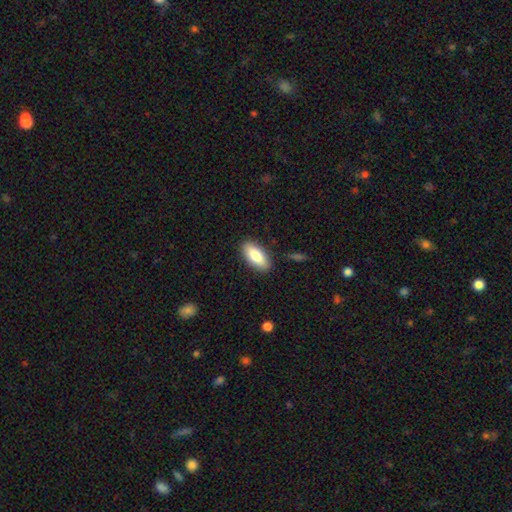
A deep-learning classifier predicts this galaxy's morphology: smooth_or_featured: smooth (p=0.81) [alt: featured or disk p=0.13]
how_rounded: in between (p=0.83) [alt: cigar-shaped p=0.14]
merging: none (p=0.87) [alt: minor disturbance p=0.09]